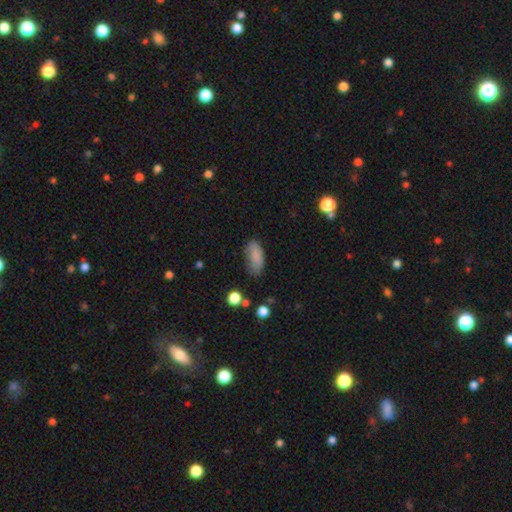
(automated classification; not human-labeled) Smooth or featured?
  - smooth: 83% *
  - star or artifact: 9%
  - featured or disk: 7%
How rounded?
  - in between: 86% *
  - cigar-shaped: 12%
  - round: 3%
Merging?
  - none: 61% *
  - minor disturbance: 27%
  - major disturbance: 9%
  - merger: 3%